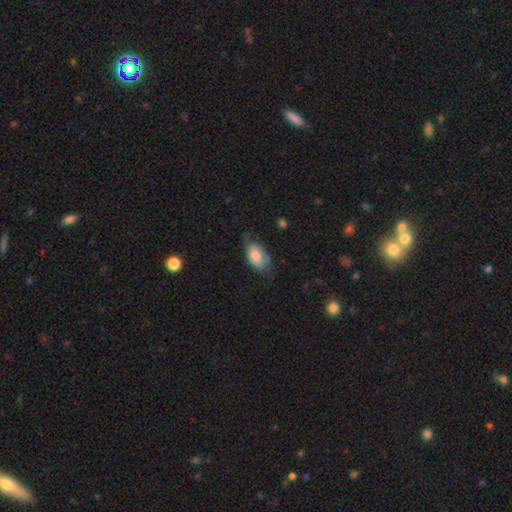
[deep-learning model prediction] Smooth or featured? smooth (71%)
How rounded? in between (92%)
Merging? none (47%)